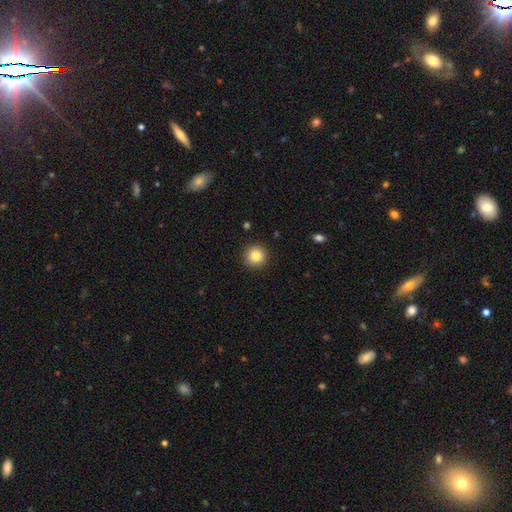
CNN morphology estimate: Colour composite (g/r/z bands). It shows a smooth galaxy with no disk features (83%) that is round (95%). Merging: none (92%).